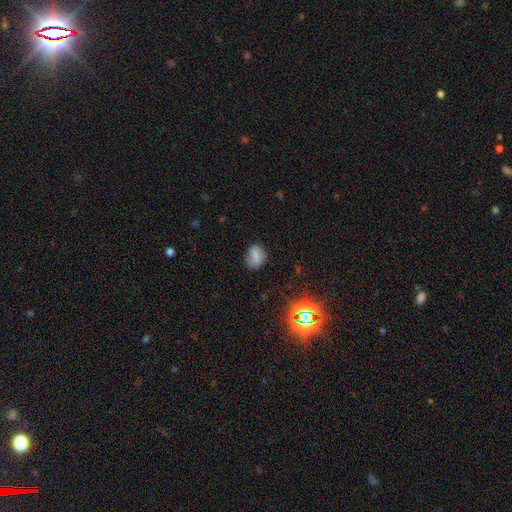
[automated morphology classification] smooth 66%, featured or disk 20%, star or artifact 14%. Down the decision tree: how rounded — in between (62%); merging — none (74%).